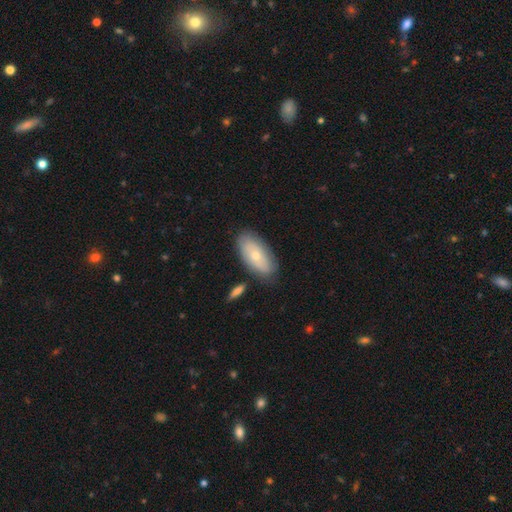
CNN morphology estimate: Smooth or featured: smooth — 60% (featured or disk — 34%)
How rounded: in between — 91% (cigar-shaped — 5%)
Merging: none — 79% (minor disturbance — 14%)